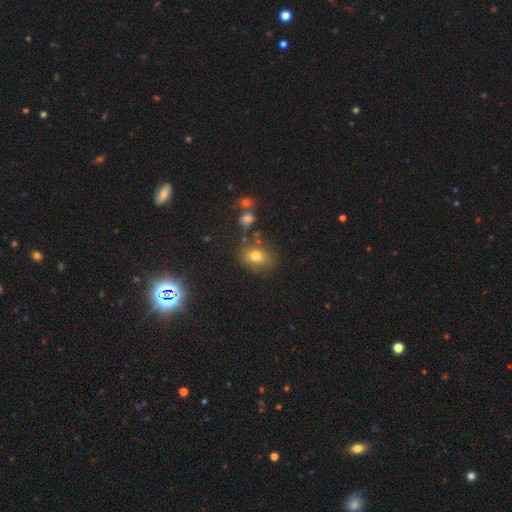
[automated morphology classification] Smooth or featured? Predicted: smooth (p=0.75). How rounded? Predicted: in between (p=0.65). Merging? Predicted: none (p=0.68).